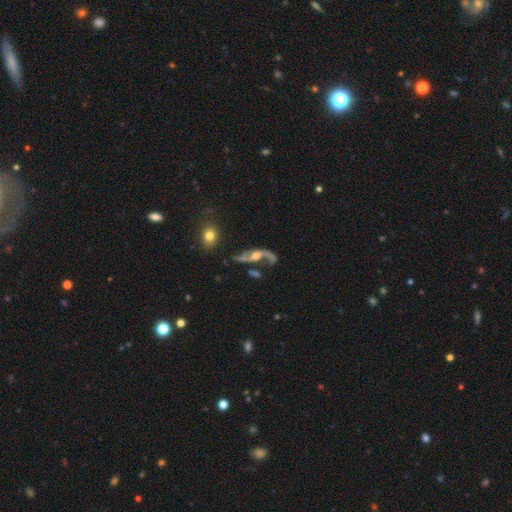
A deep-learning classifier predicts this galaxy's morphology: Smooth or featured: featured or disk — 84% (smooth — 9%)
Edge-on disk: no — 87% (yes — 13%)
Bar: no — 56% (weak — 31%)
Spiral arms: yes — 91% (no — 9%)
Spiral winding: loose — 84% (medium — 12%)
Spiral arm count: 2 — 88% (1 — 7%)
Bulge size: moderate — 51% (small — 25%)
Merging: none — 47% (major disturbance — 25%)